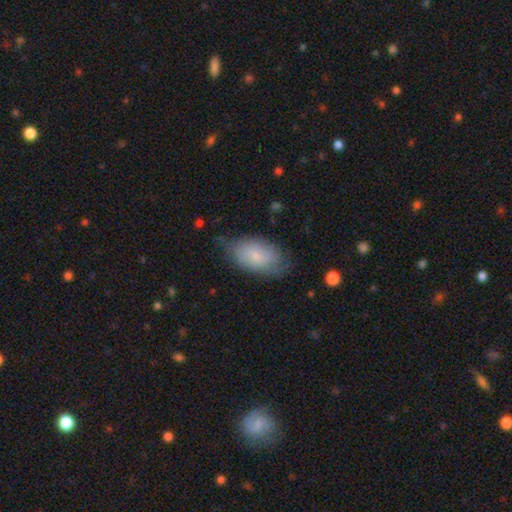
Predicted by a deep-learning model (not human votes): Smooth or featured? Predicted: smooth (p=0.74). How rounded? Predicted: in between (p=0.93). Merging? Predicted: none (p=0.67).